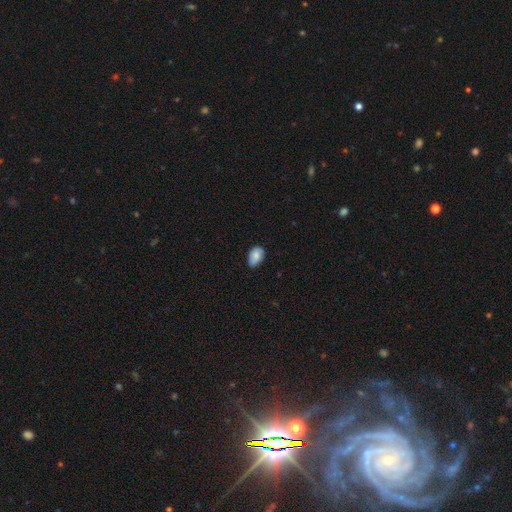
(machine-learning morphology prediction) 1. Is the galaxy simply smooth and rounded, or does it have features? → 79% smooth, 13% featured or disk, 8% star or artifact.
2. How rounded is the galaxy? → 88% in between, 10% round, 1% cigar-shaped.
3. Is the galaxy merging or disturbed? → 71% none, 24% minor disturbance, 3% major disturbance, 1% merger.